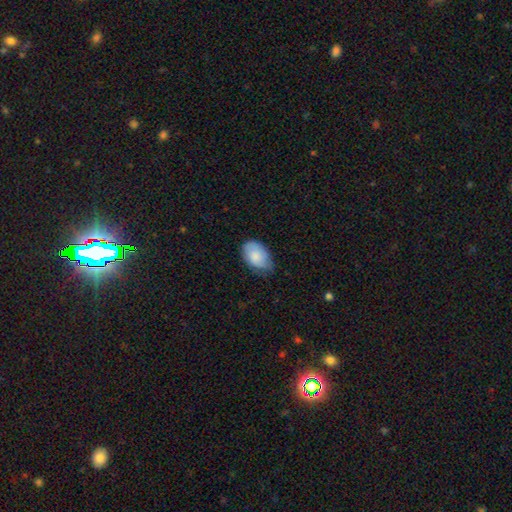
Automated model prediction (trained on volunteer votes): Smooth or featured: smooth — 81% (featured or disk — 13%)
How rounded: in between — 90% (round — 9%)
Merging: none — 59% (minor disturbance — 33%)